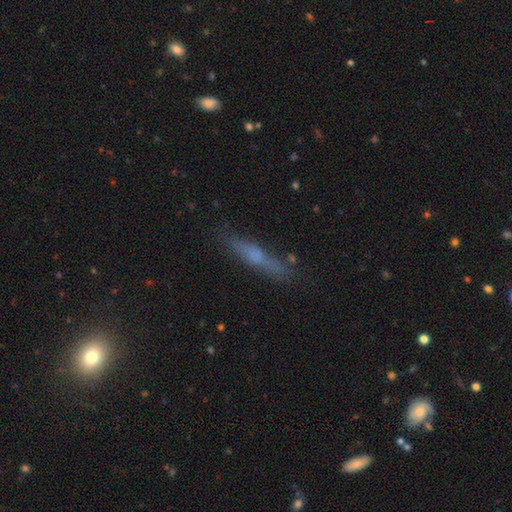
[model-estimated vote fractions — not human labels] Smooth or featured? smooth (45%)
Merging? none (76%)